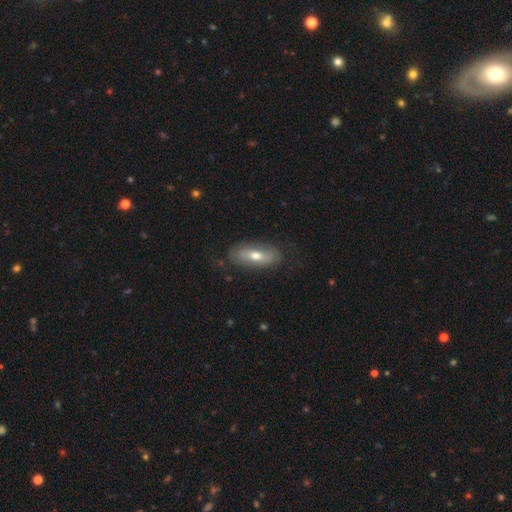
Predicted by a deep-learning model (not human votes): This appears to be a smooth galaxy with no disk features (47%). Merging: none (73%).